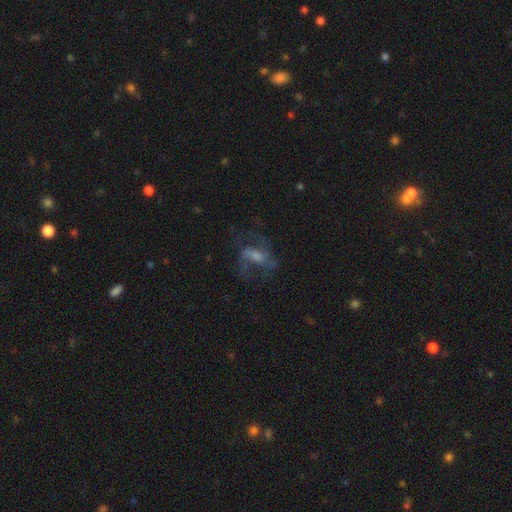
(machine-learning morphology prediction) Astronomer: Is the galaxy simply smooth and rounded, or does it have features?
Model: featured or disk — 66%.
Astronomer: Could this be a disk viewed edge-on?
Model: no — 94%.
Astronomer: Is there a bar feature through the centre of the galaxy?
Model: weak — 45% (runner-up: no, 35%).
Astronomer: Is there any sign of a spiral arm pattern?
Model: yes — 83%.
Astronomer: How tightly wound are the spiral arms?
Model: loose — 53% (runner-up: medium, 38%).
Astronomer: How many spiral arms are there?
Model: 2 — 64%.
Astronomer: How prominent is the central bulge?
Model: moderate — 34% (runner-up: small, 28%).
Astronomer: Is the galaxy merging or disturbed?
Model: none — 53%.